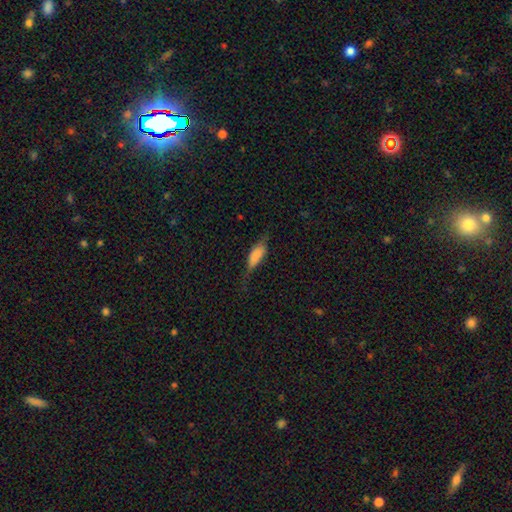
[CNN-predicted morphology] smooth_or_featured: smooth (p=0.71) [alt: featured or disk p=0.22]
how_rounded: in between (p=0.67) [alt: cigar-shaped p=0.30]
merging: none (p=0.46) [alt: minor disturbance p=0.33]